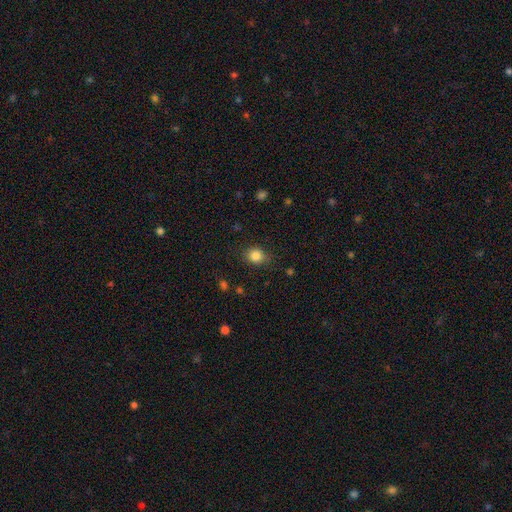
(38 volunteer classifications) Smooth or featured? smooth (95%)
How rounded? round (69%)
Merging? none (92%)